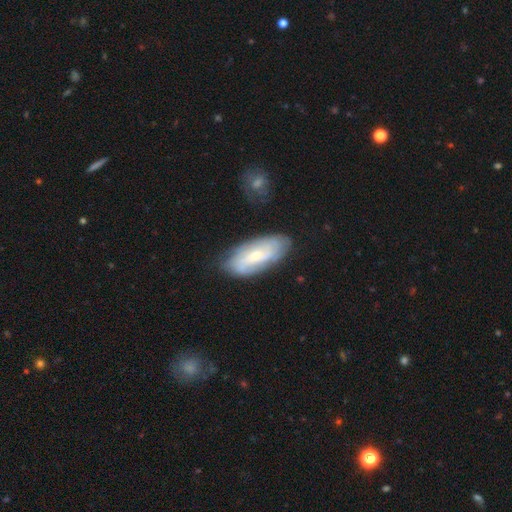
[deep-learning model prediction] The model was most divided on "bar": no: 47%, weak: 40%, strong: 13%. More confident: edge-on disk — no (89%); spiral arms — yes (77%); merging — none (76%); smooth or featured — featured or disk (60%); bulge size — small (56%).